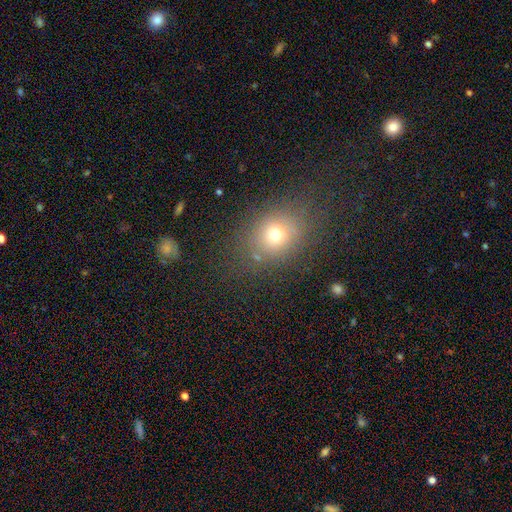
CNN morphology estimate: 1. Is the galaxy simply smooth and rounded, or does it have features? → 68% smooth, 19% star or artifact, 12% featured or disk.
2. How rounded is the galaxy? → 55% round, 43% in between, 1% cigar-shaped.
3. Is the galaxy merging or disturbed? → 77% none, 13% minor disturbance, 6% major disturbance, 3% merger.